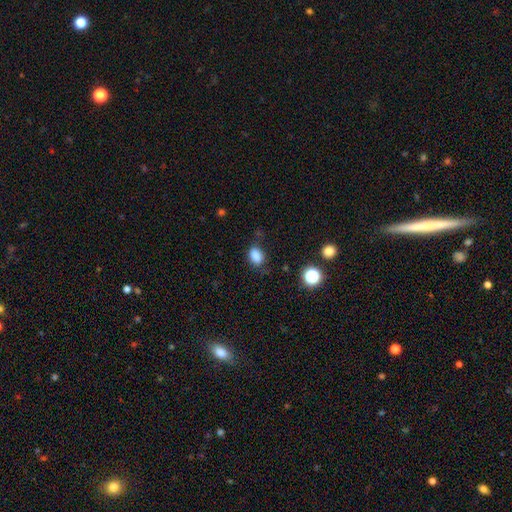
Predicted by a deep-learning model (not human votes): Morphology: type=smooth (84%); roundness=in between (78%); merging=none (69%).